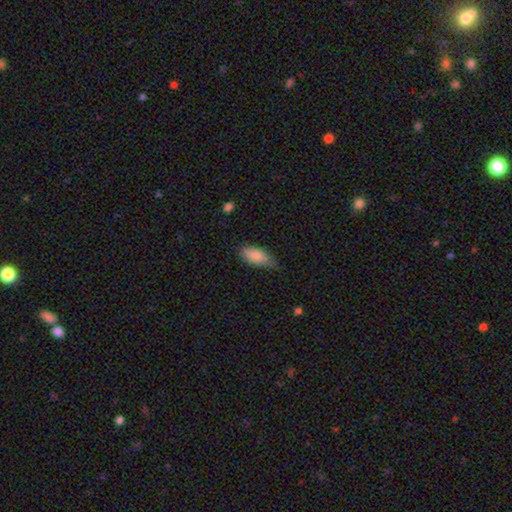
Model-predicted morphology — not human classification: This appears to be a smooth galaxy with no disk features (83%) that is in between round and cigar-shaped (89%). Merging: none (54%).